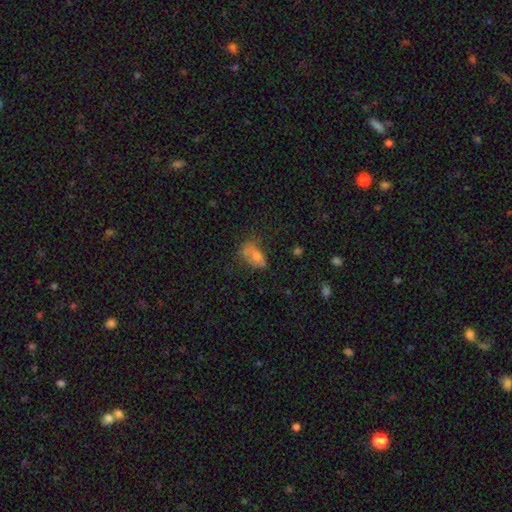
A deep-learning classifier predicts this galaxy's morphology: Smooth or featured? Predicted: smooth (p=0.59). How rounded? Predicted: in between (p=0.82). Merging? Predicted: none (p=0.44).